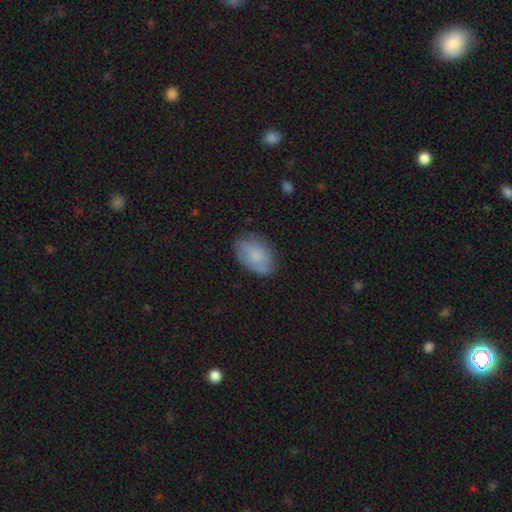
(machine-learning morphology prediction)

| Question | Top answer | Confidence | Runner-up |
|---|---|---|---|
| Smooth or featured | smooth | 69% | featured or disk (23%) |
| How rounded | in between | 86% | round (13%) |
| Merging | none | 70% | minor disturbance (22%) |